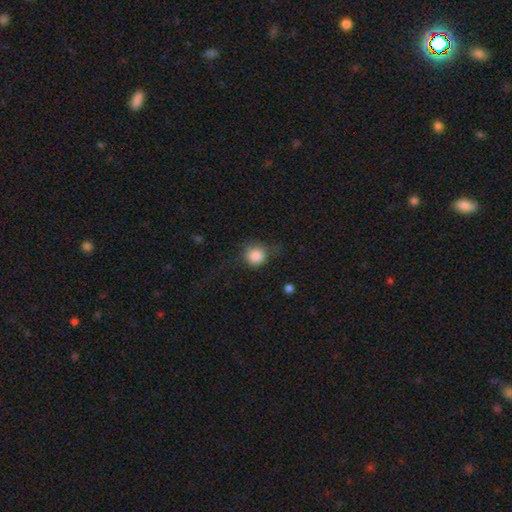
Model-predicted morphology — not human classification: smooth 84%, star or artifact 10%, featured or disk 6%. Down the decision tree: how rounded — round (90%); merging — none (60%).